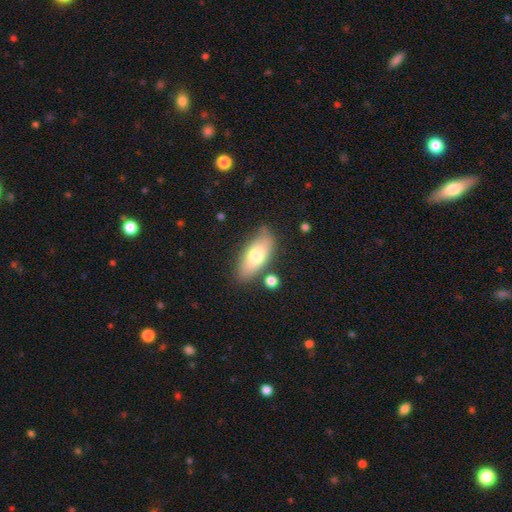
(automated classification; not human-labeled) The model was most divided on "smooth or featured": smooth: 73%, featured or disk: 21%, star or artifact: 6%. More confident: how rounded — in between (81%); merging — none (76%).